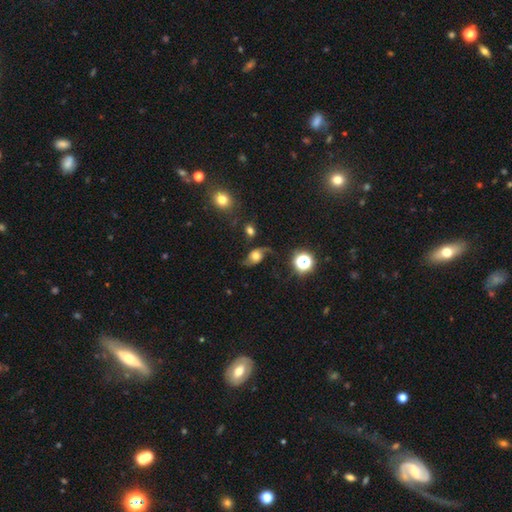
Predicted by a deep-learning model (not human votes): Overall: featured or disk (57%; smooth 31%). Edge-on disk: no (93%). Bar: no (73%). Spiral arms: yes (87%). Bulge size: moderate (39%; large 37%). Merging: none (58%; minor disturbance 23%).